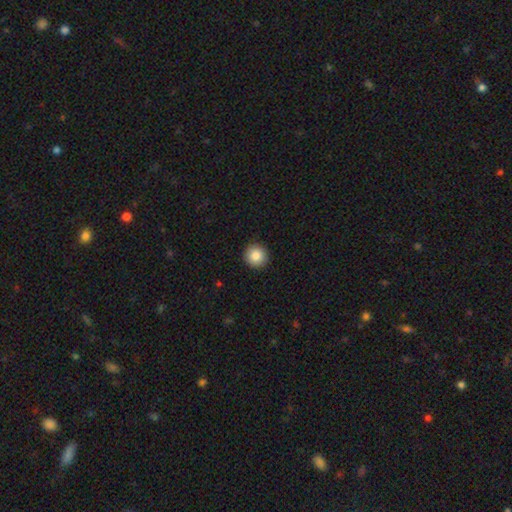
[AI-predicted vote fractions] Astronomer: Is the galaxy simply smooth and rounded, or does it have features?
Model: smooth — 86%.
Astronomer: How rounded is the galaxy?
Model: round — 95%.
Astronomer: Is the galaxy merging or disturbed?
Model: none — 93%.